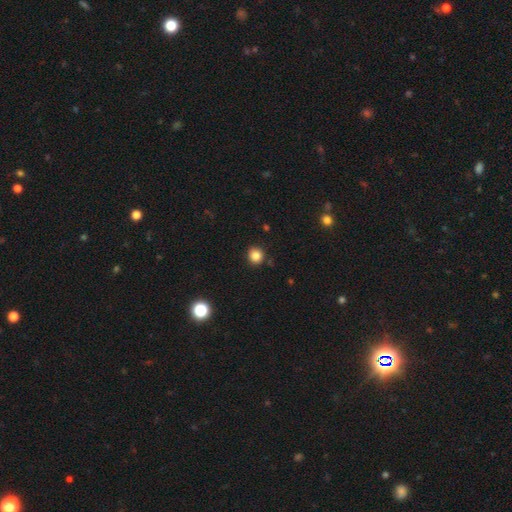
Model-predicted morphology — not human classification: smooth_or_featured: smooth (p=0.83) [alt: star or artifact p=0.12]
how_rounded: round (p=0.90) [alt: in between p=0.09]
merging: none (p=0.90) [alt: minor disturbance p=0.07]